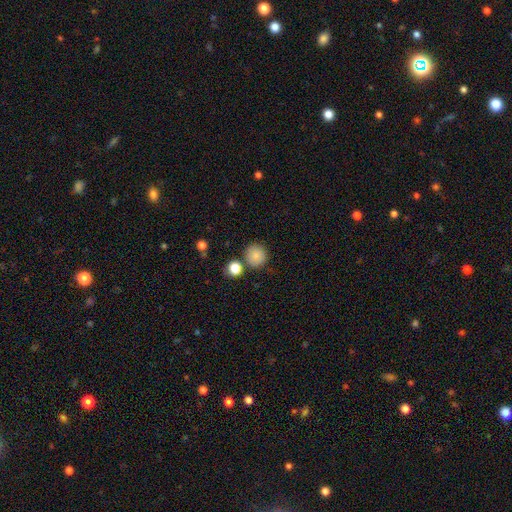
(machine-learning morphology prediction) Smooth or featured: smooth — 84% (star or artifact — 10%)
How rounded: round — 92% (in between — 7%)
Merging: none — 80% (minor disturbance — 9%)